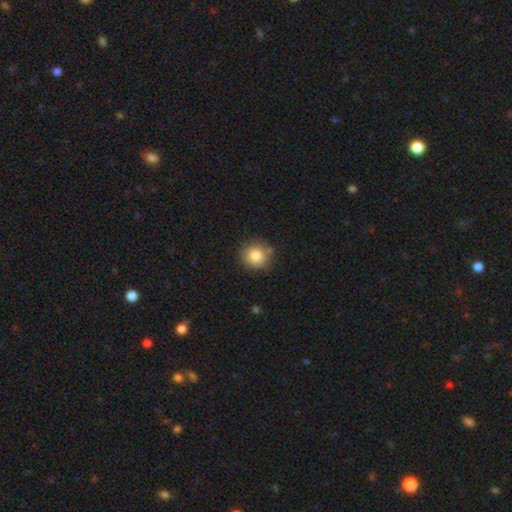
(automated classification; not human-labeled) A smooth galaxy with no disk features (83%) that is round (89%).

Vote fractions:
- Smooth or featured? smooth: 83% / star or artifact: 10% / featured or disk: 7%
- How rounded? round: 89% / in between: 10% / cigar-shaped: 1%
- Merging? none: 82% / minor disturbance: 12% / merger: 4% / major disturbance: 3%